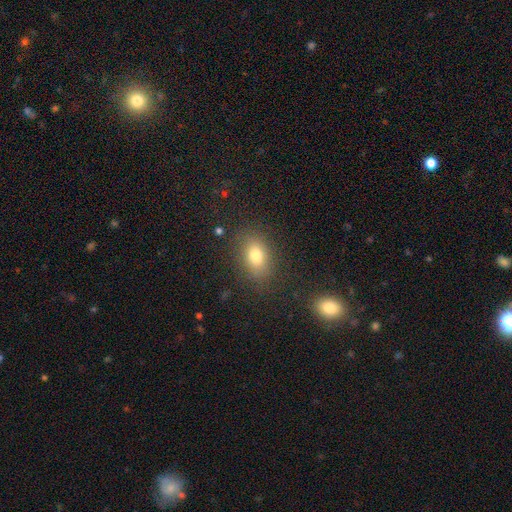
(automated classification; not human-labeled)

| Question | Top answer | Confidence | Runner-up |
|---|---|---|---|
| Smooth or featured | smooth | 77% | star or artifact (12%) |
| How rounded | in between | 75% | round (23%) |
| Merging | none | 82% | minor disturbance (12%) |